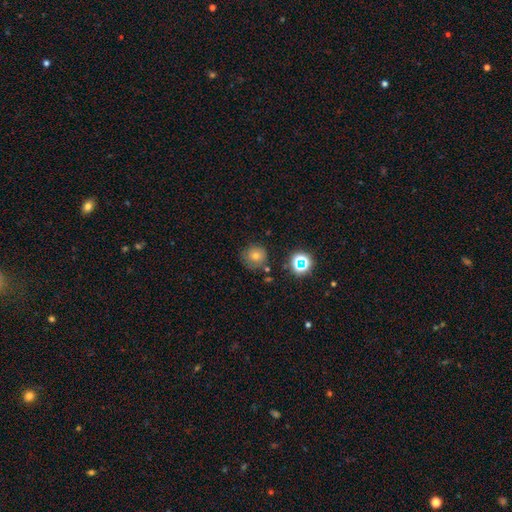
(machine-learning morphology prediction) Overall: smooth (69%). How rounded: round (92%). Merging: none (76%).